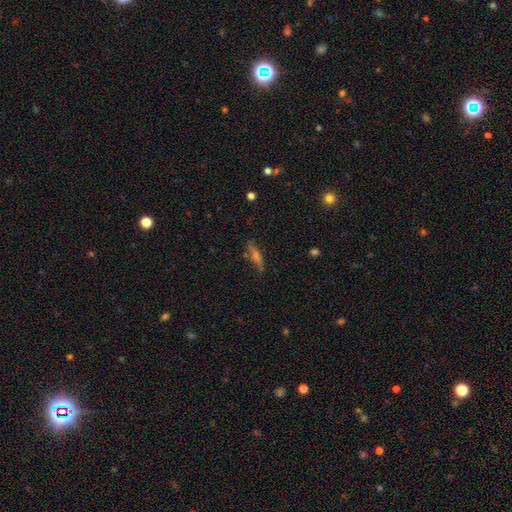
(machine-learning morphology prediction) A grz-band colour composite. It shows a featured or disk galaxy (46%). Merging: none (82%).